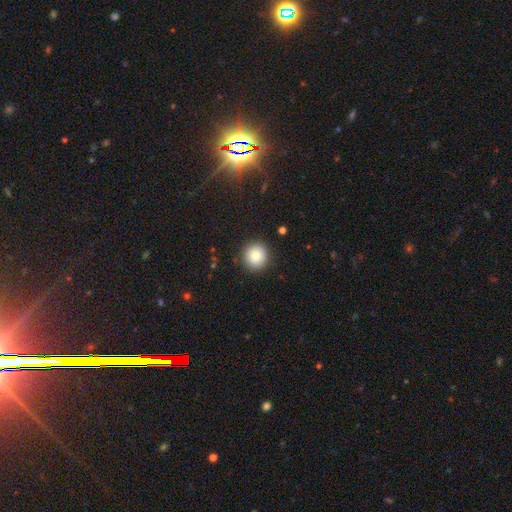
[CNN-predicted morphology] Smooth or featured?
  - smooth: 82% *
  - star or artifact: 10%
  - featured or disk: 8%
How rounded?
  - round: 94% *
  - in between: 5%
  - cigar-shaped: 1%
Merging?
  - none: 91% *
  - minor disturbance: 6%
  - major disturbance: 2%
  - merger: 1%